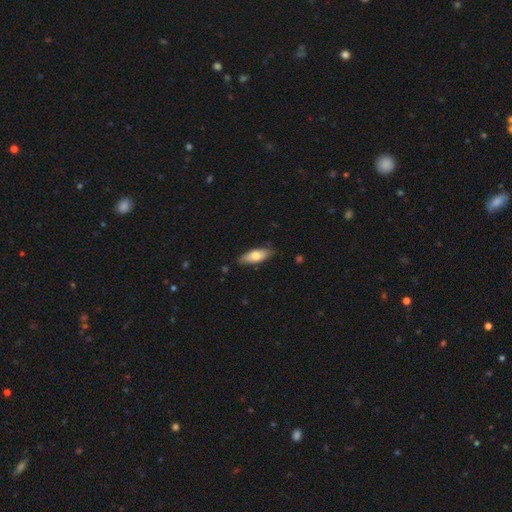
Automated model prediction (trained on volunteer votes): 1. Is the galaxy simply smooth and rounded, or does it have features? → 73% smooth, 22% featured or disk, 6% star or artifact.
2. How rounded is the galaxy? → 72% in between, 26% cigar-shaped, 2% round.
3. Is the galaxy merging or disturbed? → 79% none, 17% minor disturbance, 2% major disturbance, 1% merger.